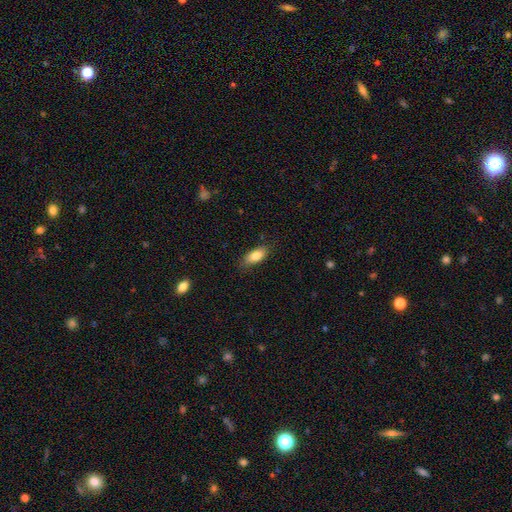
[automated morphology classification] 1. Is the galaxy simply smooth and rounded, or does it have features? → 81% smooth, 12% featured or disk, 7% star or artifact.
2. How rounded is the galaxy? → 82% in between, 15% cigar-shaped, 3% round.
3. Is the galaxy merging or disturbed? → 82% none, 14% minor disturbance, 3% major disturbance, 1% merger.